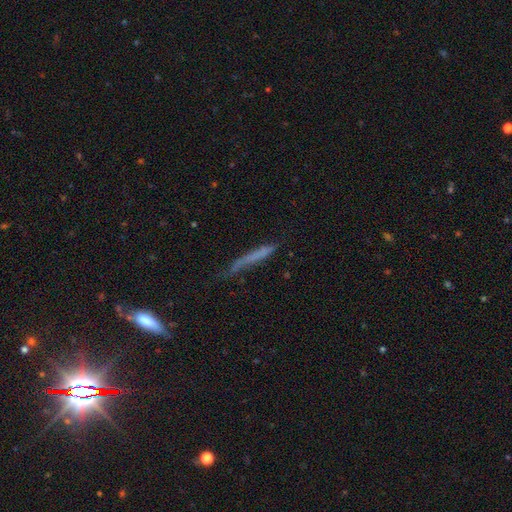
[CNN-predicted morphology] Smooth or featured?
  - smooth: 58% *
  - featured or disk: 32%
  - star or artifact: 10%
How rounded?
  - cigar-shaped: 93% *
  - in between: 5%
  - round: 2%
Merging?
  - none: 55% *
  - minor disturbance: 28%
  - major disturbance: 13%
  - merger: 4%